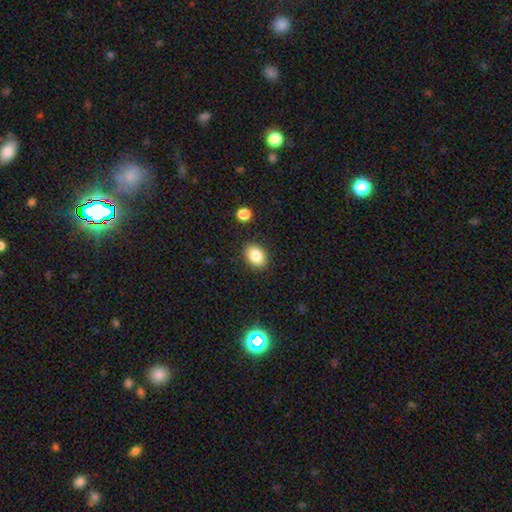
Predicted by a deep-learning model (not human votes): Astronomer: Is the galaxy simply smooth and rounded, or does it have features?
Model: smooth — 84%.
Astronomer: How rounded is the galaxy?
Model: in between — 79%.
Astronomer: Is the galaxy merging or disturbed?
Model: none — 87%.